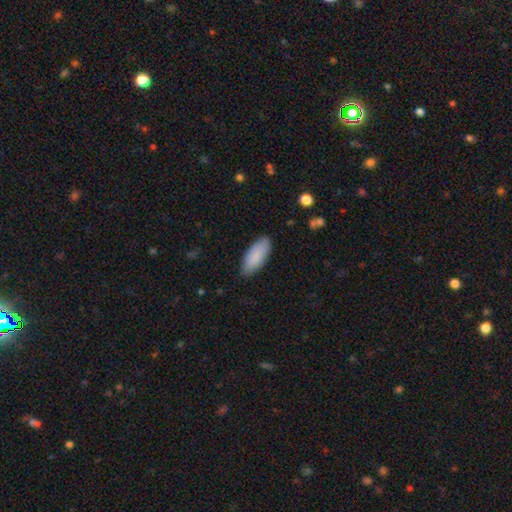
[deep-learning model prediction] smooth_or_featured: smooth (p=0.88) [alt: featured or disk p=0.07]
how_rounded: in between (p=0.80) [alt: cigar-shaped p=0.18]
merging: none (p=0.85) [alt: minor disturbance p=0.12]